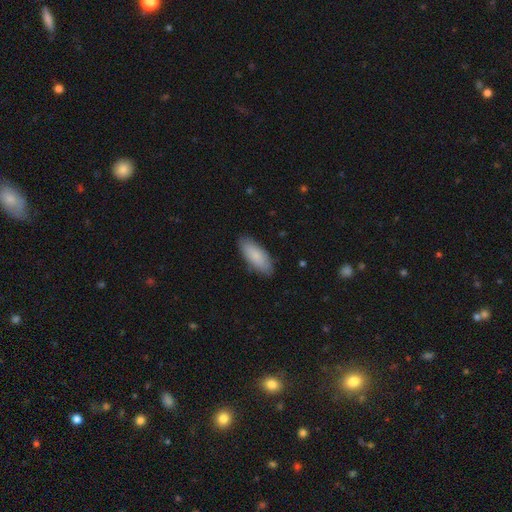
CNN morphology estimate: type=smooth (85%); roundness=in between (77%); merging=none (85%).